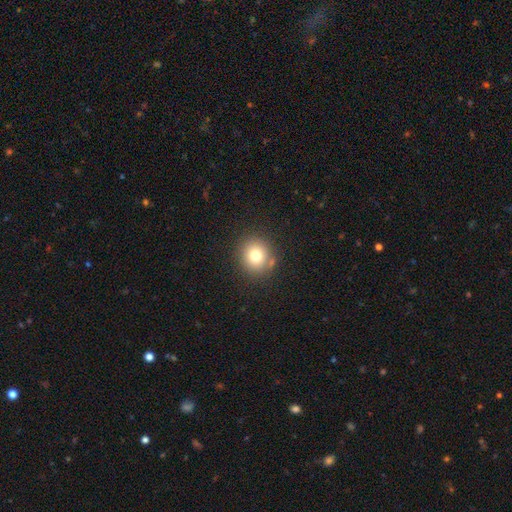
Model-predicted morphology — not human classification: This is likely a smooth galaxy (76%). How rounded: clearly round (85%). Merging: clearly none (83%).